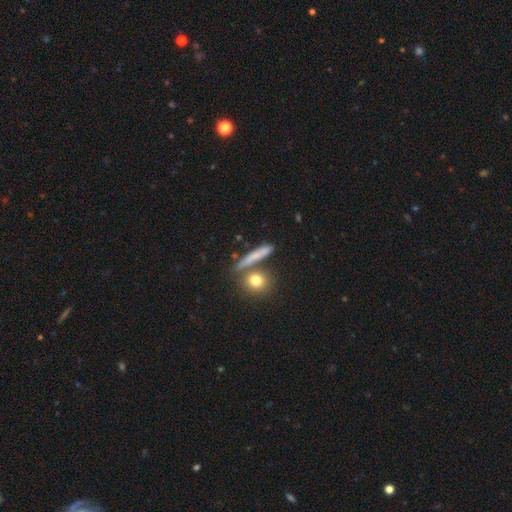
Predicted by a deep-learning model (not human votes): A smooth galaxy with no disk features (66%) that is cigar-shaped (64%). Merging: none (67%).